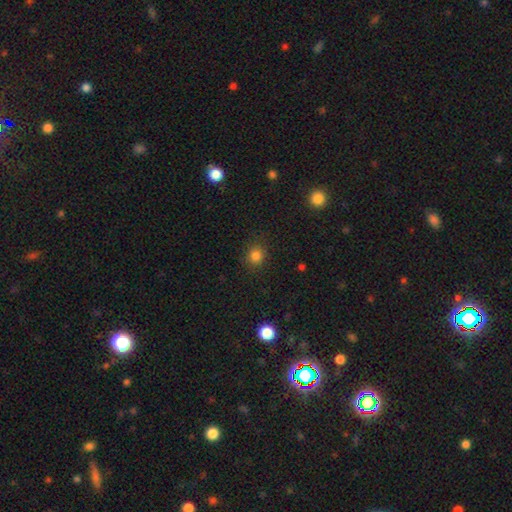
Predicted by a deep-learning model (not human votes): This appears to be a smooth galaxy with no disk features (81%) that is round (85%). Merging: none (87%).